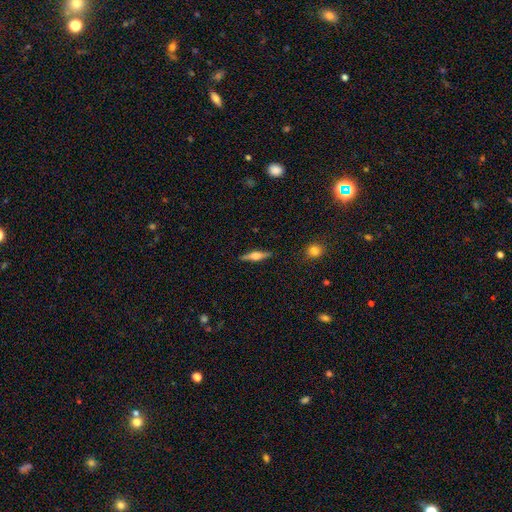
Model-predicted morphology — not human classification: This is likely a featured or disk galaxy (64%). It is clearly viewed edge-on (97%). Edge-on bulge: clearly rounded (86%). Merging: clearly none (89%).